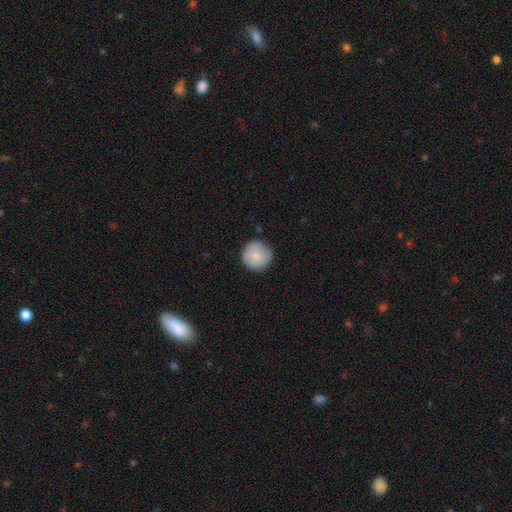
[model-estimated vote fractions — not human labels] Morphology: type=smooth (81%); roundness=round (95%); merging=none (84%).